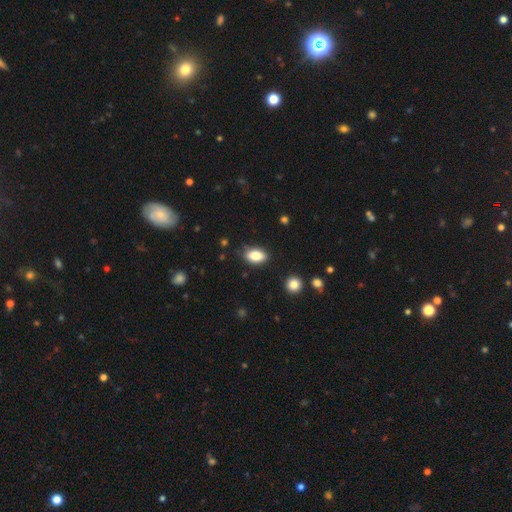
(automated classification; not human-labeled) A smooth galaxy with no disk features (84%) that is in between round and cigar-shaped (90%). Merging: none (84%).